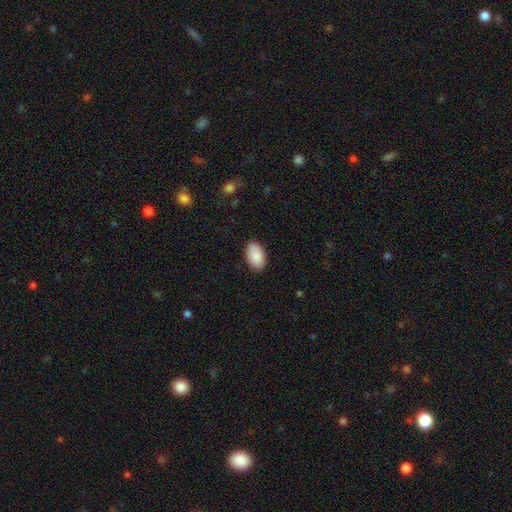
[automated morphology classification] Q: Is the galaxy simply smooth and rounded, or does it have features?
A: smooth — 89%.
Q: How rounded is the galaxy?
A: in between — 94%.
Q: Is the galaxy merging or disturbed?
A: none — 86%.